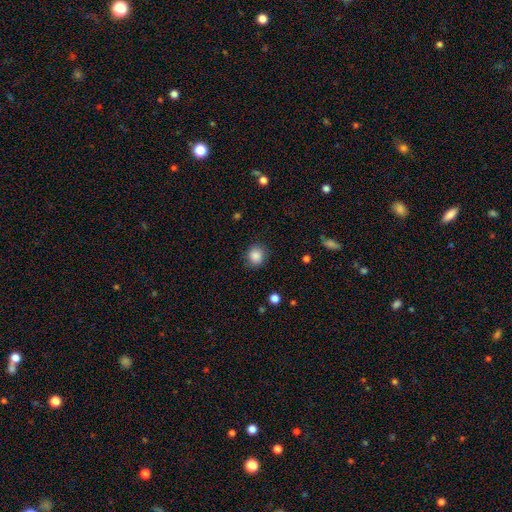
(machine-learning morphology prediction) type=smooth (87%); roundness=round (82%); merging=none (84%).